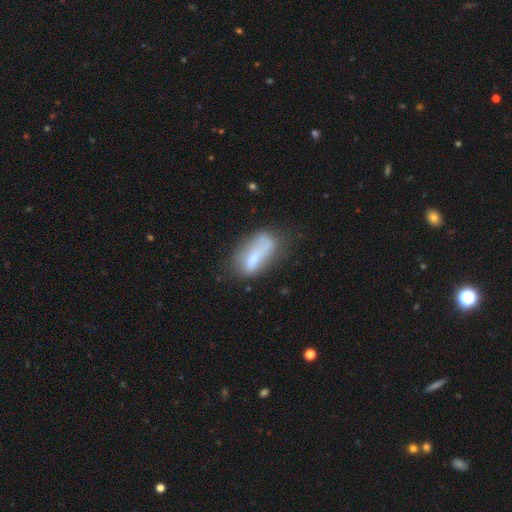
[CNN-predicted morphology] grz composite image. It shows a smooth galaxy with no disk features (55%) that is in between round and cigar-shaped (76%). Merging: none (37%).